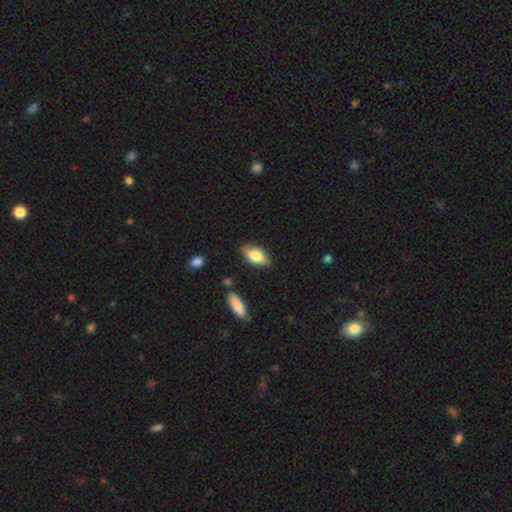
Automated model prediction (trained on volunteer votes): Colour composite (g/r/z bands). It shows a smooth galaxy with no disk features (73%) that is in between round and cigar-shaped (85%). Merging: none (77%).